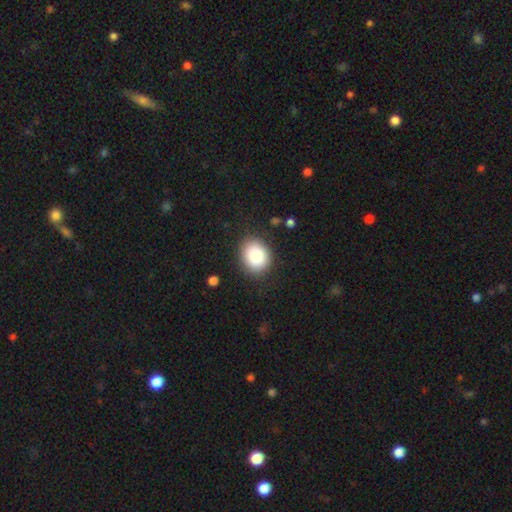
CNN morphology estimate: smooth_or_featured: smooth (p=0.86) [alt: star or artifact p=0.08]
how_rounded: round (p=0.62) [alt: in between p=0.37]
merging: none (p=0.85) [alt: minor disturbance p=0.10]